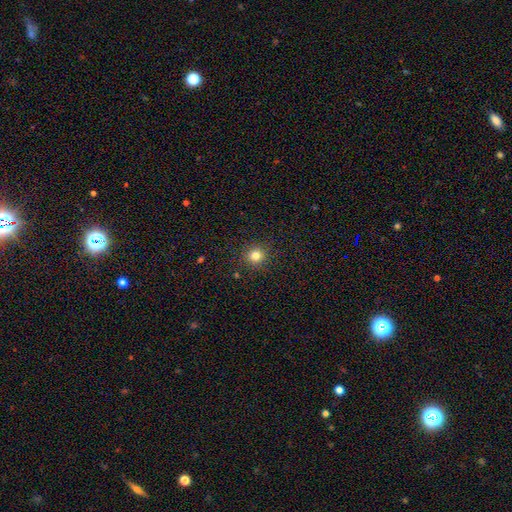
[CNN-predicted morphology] smooth-or-featured: smooth: 81% | star or artifact: 14% | featured or disk: 5%
  how-rounded: round: 93% | in between: 6% | cigar-shaped: 1%
  merging: none: 91% | minor disturbance: 6% | major disturbance: 2% | merger: 1%